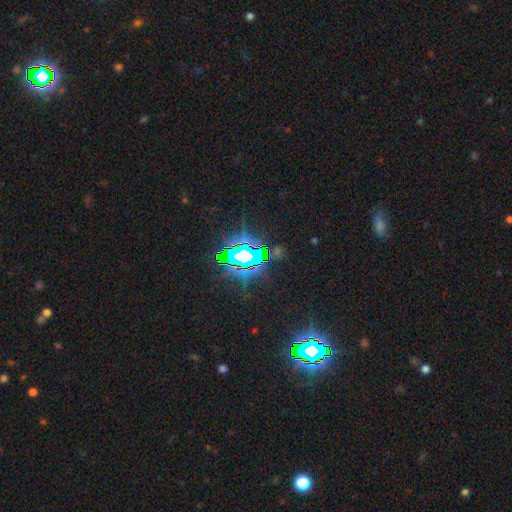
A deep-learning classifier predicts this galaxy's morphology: Q: Smooth or featured?
A: star or artifact (84%); runner-up: smooth (9%)